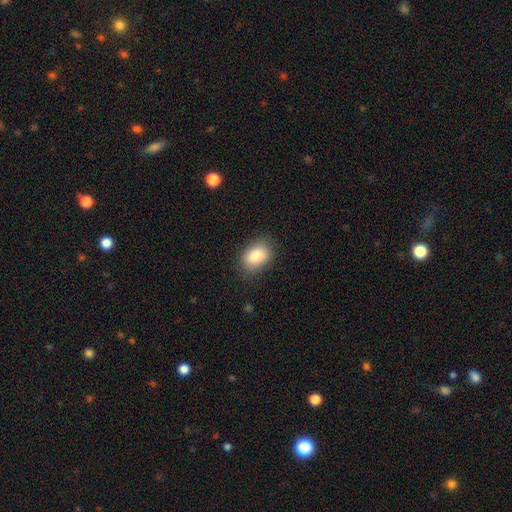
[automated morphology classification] This appears to be a smooth galaxy with no disk features (85%) that is in between round and cigar-shaped (80%). Merging: none (83%).